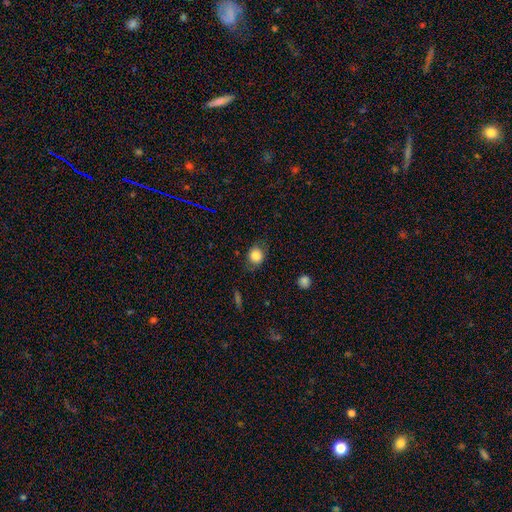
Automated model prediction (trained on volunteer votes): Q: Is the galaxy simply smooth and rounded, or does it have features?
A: smooth — 83%.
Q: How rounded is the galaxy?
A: round — 71%.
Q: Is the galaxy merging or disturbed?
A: none — 75%.